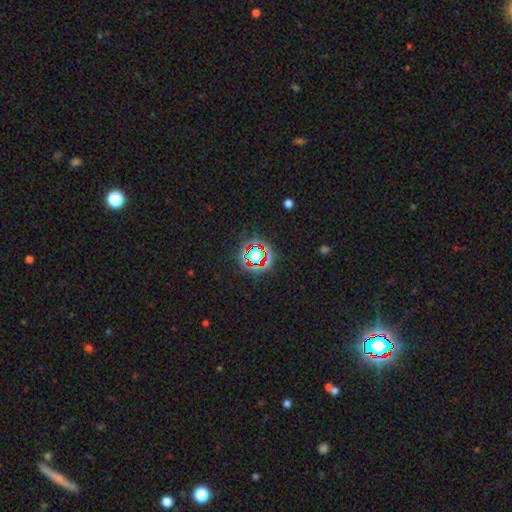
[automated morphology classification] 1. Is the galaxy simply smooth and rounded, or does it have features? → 67% star or artifact, 22% smooth, 12% featured or disk.